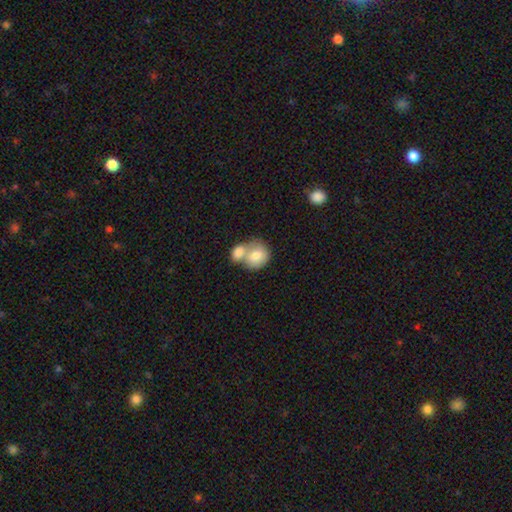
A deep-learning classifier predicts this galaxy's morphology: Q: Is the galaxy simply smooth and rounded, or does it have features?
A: smooth — 76%.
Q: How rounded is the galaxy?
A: round — 65%.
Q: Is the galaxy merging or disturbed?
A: merger — 68%.